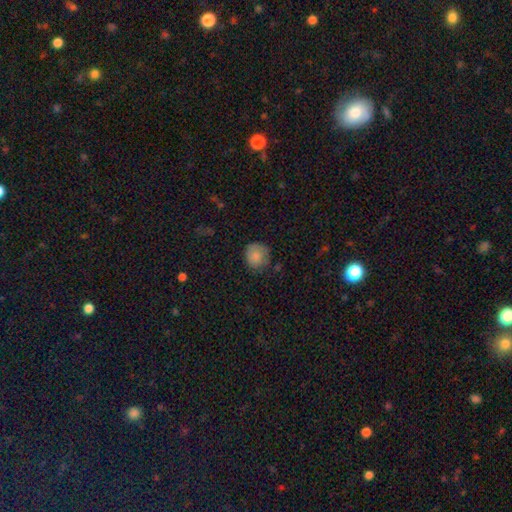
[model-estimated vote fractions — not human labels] Overall: smooth (84%). How rounded: round (86%). Merging: none (69%).